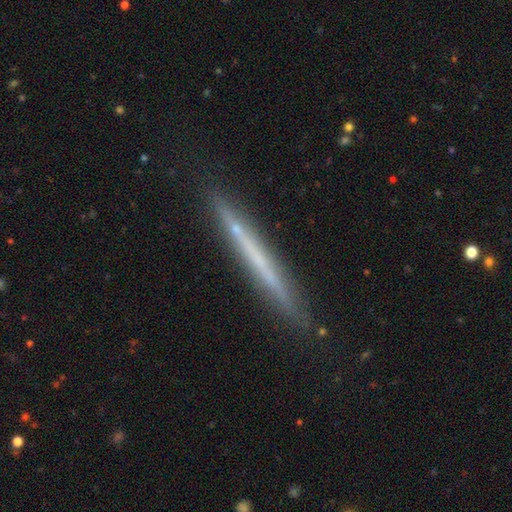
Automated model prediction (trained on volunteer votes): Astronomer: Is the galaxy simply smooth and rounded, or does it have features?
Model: featured or disk — 53% (runner-up: smooth, 40%).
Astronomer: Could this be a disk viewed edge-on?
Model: yes — 96%.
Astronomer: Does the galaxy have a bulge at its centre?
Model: none — 92%.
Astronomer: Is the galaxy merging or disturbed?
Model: none — 88%.